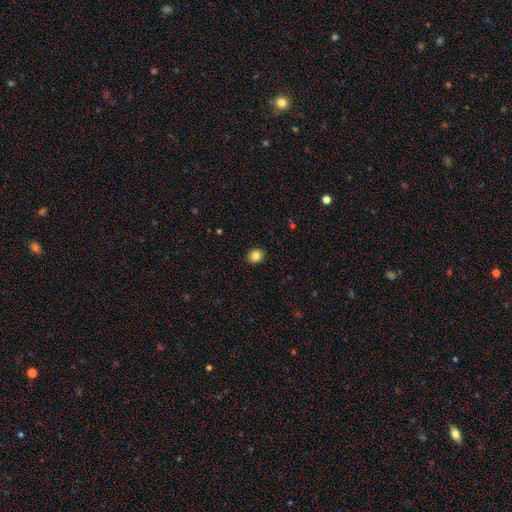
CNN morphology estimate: Overall: smooth (84%). How rounded: round (71%). Merging: none (90%).